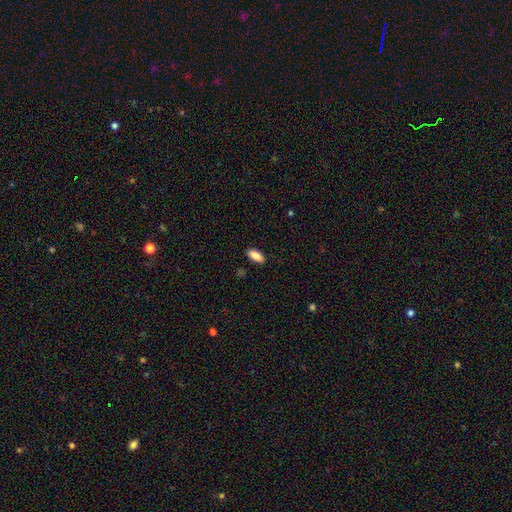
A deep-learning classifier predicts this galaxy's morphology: Smooth or featured? Predicted: smooth (p=0.87). How rounded? Predicted: in between (p=0.84). Merging? Predicted: none (p=0.87).